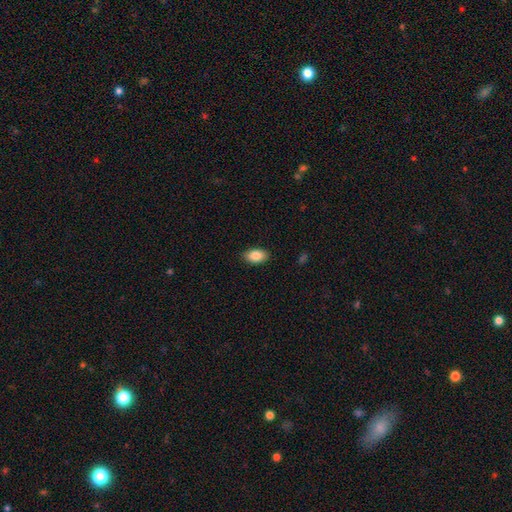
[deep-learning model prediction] Q: Smooth or featured?
A: smooth (86%); runner-up: featured or disk (7%)
Q: How rounded?
A: in between (92%); runner-up: round (6%)
Q: Merging?
A: none (88%); runner-up: minor disturbance (9%)